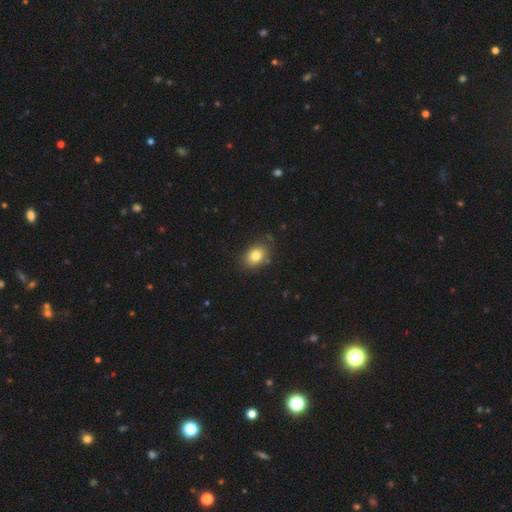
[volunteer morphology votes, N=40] This is clearly a smooth galaxy (88%). How rounded: likely in between (77%). Merging: likely none (75%).